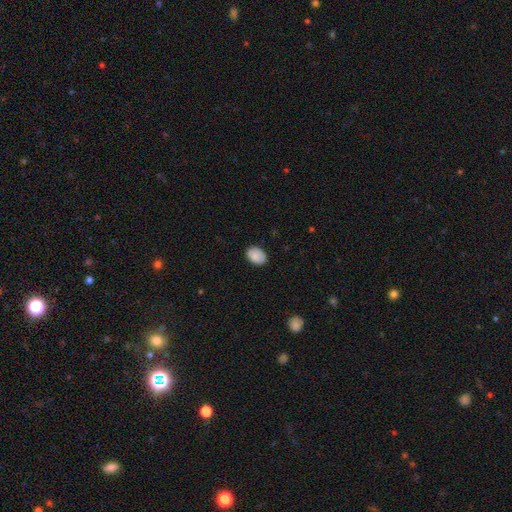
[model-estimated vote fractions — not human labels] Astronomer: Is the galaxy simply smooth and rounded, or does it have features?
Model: smooth — 88%.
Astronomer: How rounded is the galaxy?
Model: in between — 78%.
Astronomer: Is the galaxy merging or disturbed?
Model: none — 84%.